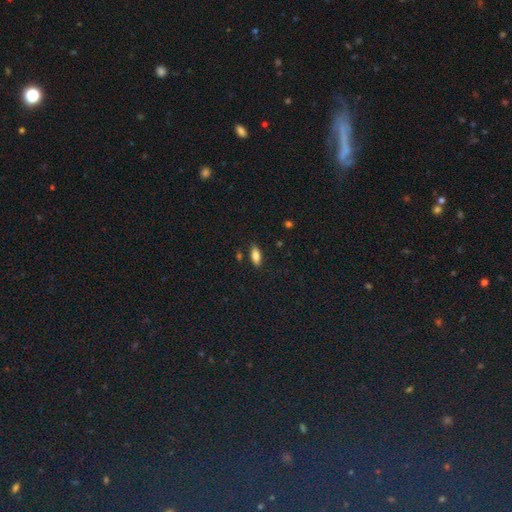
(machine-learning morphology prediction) This appears to be a smooth galaxy with no disk features (82%) that is in between round and cigar-shaped (83%). Merging: none (83%).